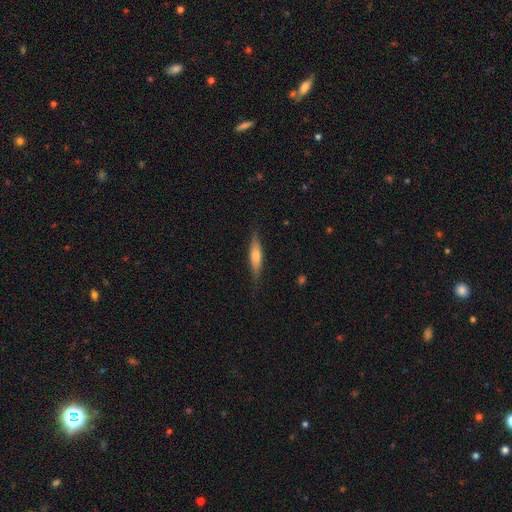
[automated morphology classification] Overall: featured or disk (47%; smooth 46%). Merging: none (84%).